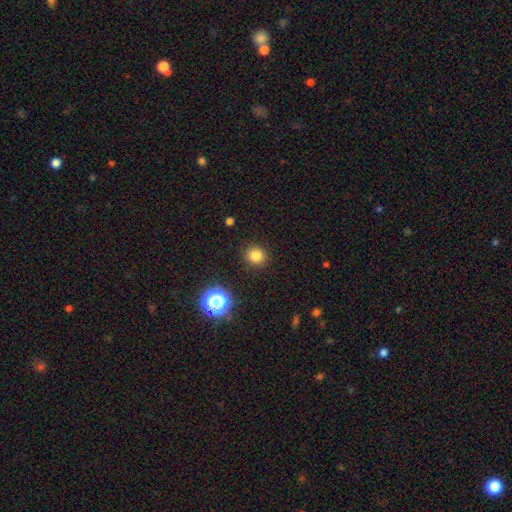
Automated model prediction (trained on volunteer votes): A smooth galaxy with no disk features (81%) that is round (88%). Merging: none (91%).